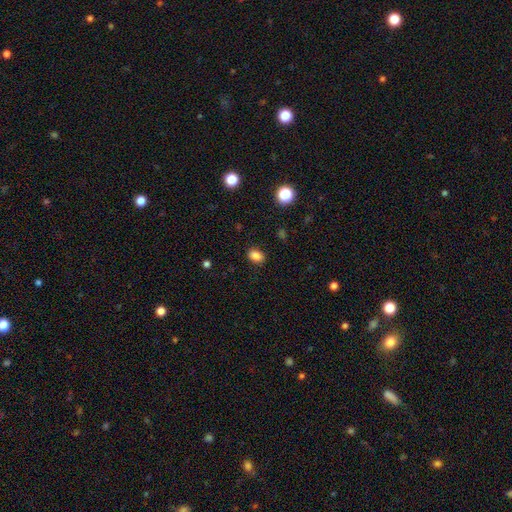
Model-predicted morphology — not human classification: This appears to be a smooth galaxy with no disk features (85%) that is in between round and cigar-shaped (78%). Merging: none (87%).